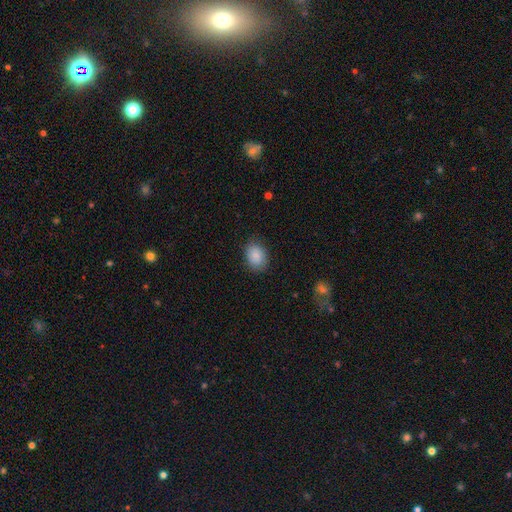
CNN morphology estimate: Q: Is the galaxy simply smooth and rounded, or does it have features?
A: smooth — 87%.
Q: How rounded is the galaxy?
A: in between — 67%.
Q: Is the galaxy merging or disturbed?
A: none — 82%.